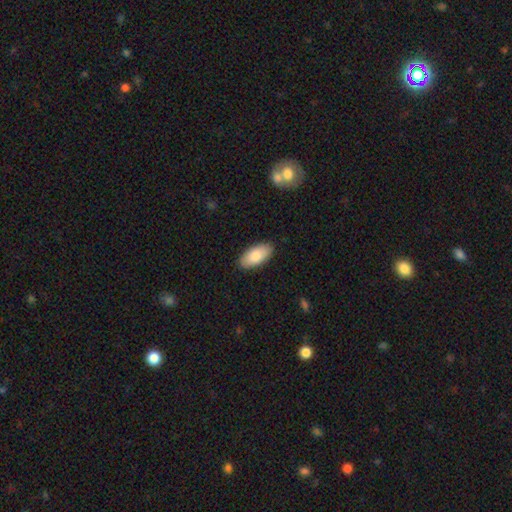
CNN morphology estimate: Q: Smooth or featured?
A: smooth (83%); runner-up: featured or disk (11%)
Q: How rounded?
A: in between (93%); runner-up: cigar-shaped (5%)
Q: Merging?
A: none (88%); runner-up: minor disturbance (9%)